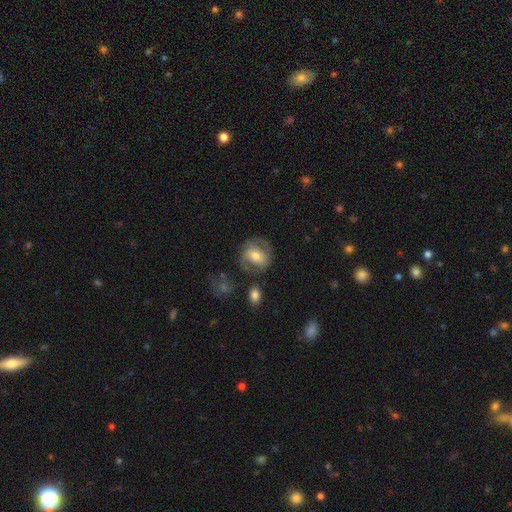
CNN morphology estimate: smooth-or-featured: featured or disk: 56% | smooth: 36% | star or artifact: 8%
  disk-edge-on: no: 96% | yes: 4%
    bar: weak: 40% | no: 36% | strong: 24%
    has-spiral-arms: yes: 76% | no: 24%
    bulge-size: moderate: 62% | small: 29% | large: 6% | none: 2% | dominant: 1%
  merging: none: 66% | minor disturbance: 19% | major disturbance: 10% | merger: 5%